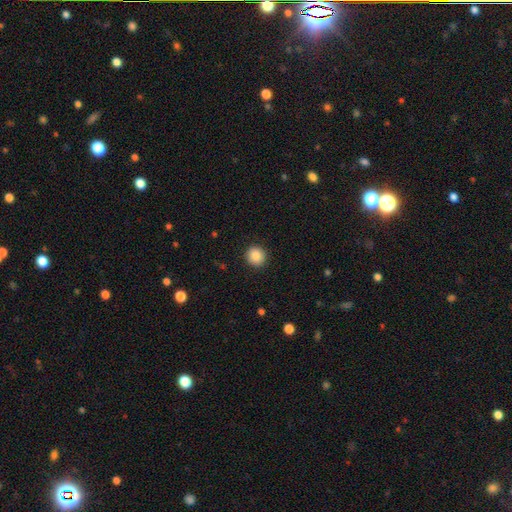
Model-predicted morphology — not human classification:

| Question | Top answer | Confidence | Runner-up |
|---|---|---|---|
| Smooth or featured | smooth | 87% | star or artifact (9%) |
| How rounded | round | 91% | in between (8%) |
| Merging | none | 92% | minor disturbance (5%) |